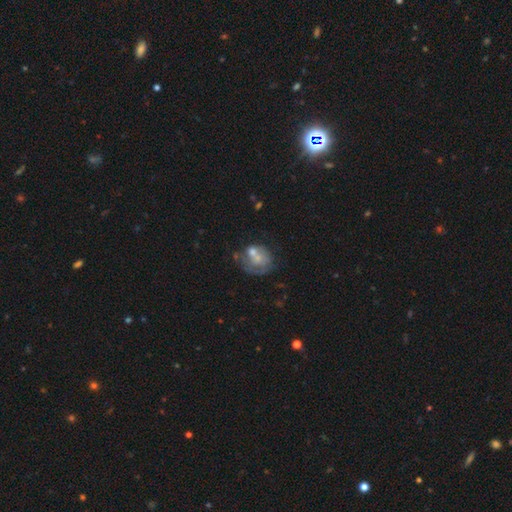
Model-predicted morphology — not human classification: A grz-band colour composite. It shows a featured or disk galaxy (48%). Merging: merger (30%).